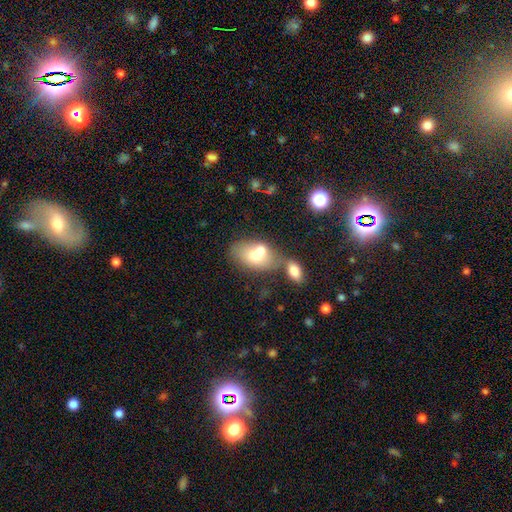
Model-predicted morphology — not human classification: This is likely a smooth galaxy (64%). How rounded: clearly in between (82%). Merging: possibly merger (54%).